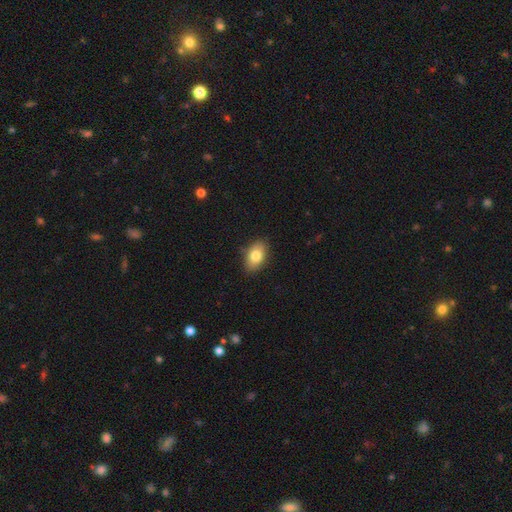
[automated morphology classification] Smooth or featured?
  - smooth: 81% *
  - featured or disk: 12%
  - star or artifact: 7%
How rounded?
  - in between: 89% *
  - round: 9%
  - cigar-shaped: 2%
Merging?
  - none: 86% *
  - minor disturbance: 11%
  - major disturbance: 2%
  - merger: 1%